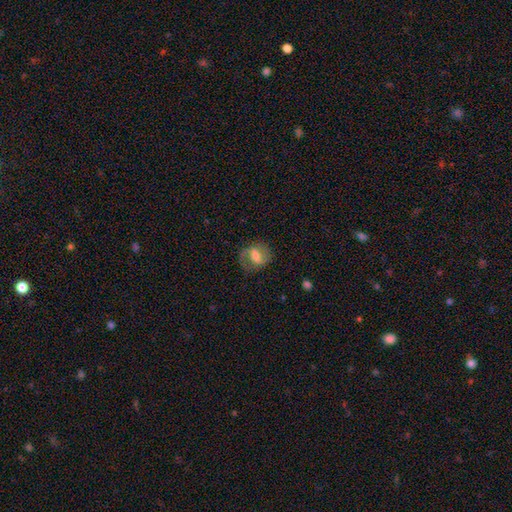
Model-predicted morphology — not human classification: Smooth or featured? featured or disk (60%)
Edge-on disk? no (96%)
Bar? weak (43%)
Spiral arms? yes (77%)
Bulge size? moderate (52%)
Merging? none (73%)